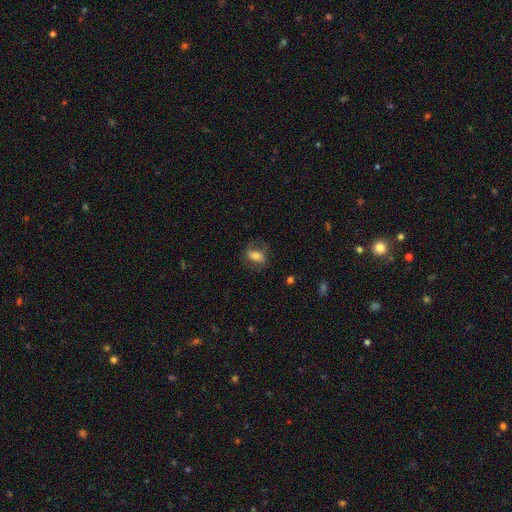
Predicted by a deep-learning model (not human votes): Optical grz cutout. It shows a smooth galaxy with no disk features (58%) that is in between round and cigar-shaped (77%). Merging: none (65%).